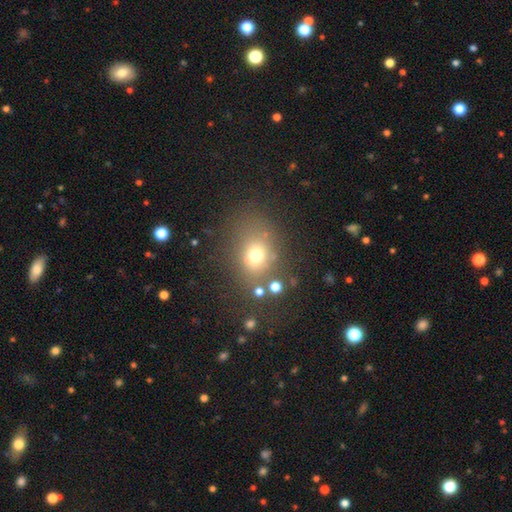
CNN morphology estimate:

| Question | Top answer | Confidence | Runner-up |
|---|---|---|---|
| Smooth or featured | smooth | 69% | star or artifact (18%) |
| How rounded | round | 51% | in between (48%) |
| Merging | none | 68% | minor disturbance (15%) |